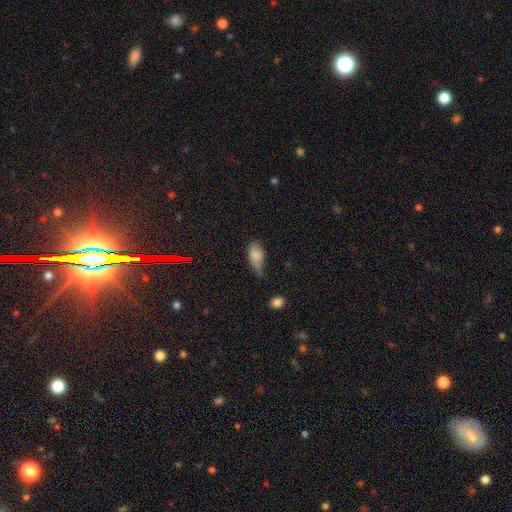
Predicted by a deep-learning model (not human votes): The model was most divided on "merging": minor disturbance: 48%, none: 30%, major disturbance: 17%, merger: 4%. More confident: how rounded — in between (87%); smooth or featured — smooth (80%).